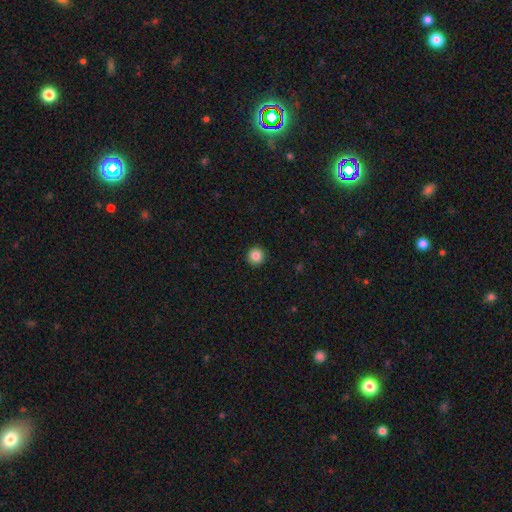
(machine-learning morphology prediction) smooth_or_featured: smooth (p=0.86) [alt: star or artifact p=0.10]
how_rounded: round (p=0.96) [alt: in between p=0.03]
merging: none (p=0.93) [alt: minor disturbance p=0.04]